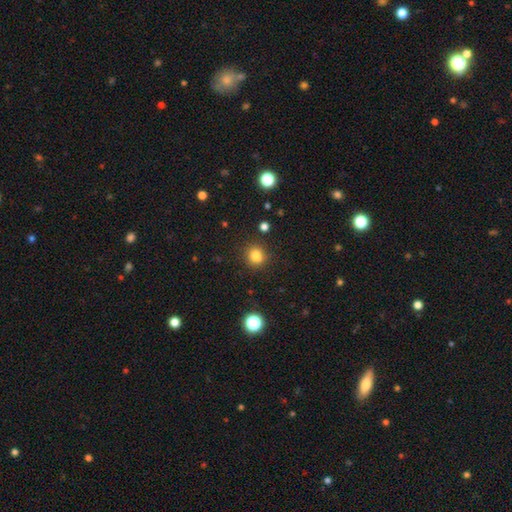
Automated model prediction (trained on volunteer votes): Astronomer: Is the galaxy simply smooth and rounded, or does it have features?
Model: smooth — 81%.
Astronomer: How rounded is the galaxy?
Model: round — 85%.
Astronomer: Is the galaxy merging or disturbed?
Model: none — 86%.